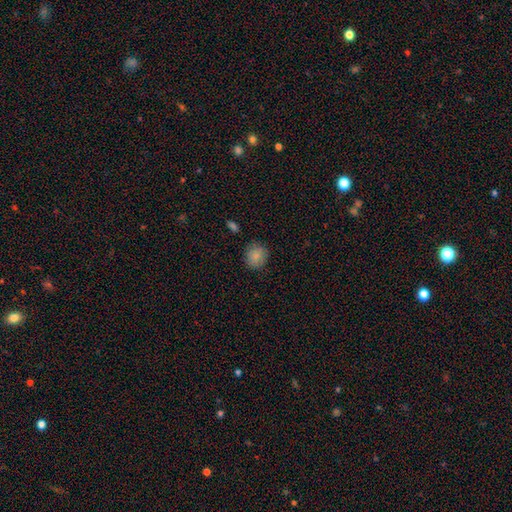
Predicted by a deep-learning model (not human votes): Smooth or featured: smooth — 86% (star or artifact — 9%)
How rounded: round — 77% (in between — 22%)
Merging: none — 85% (minor disturbance — 11%)